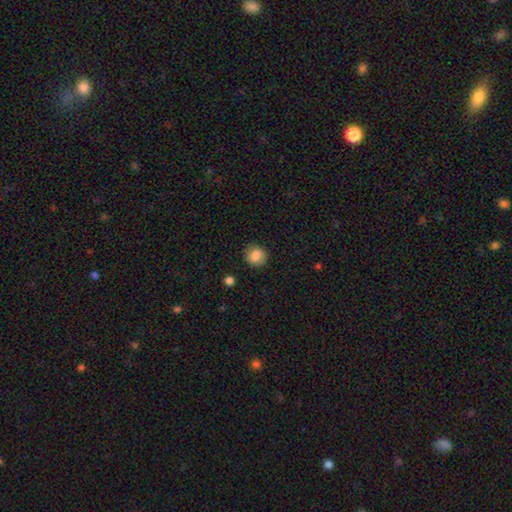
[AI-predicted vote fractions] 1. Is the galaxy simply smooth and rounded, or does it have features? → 83% smooth, 9% star or artifact, 8% featured or disk.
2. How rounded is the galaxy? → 77% round, 22% in between, 1% cigar-shaped.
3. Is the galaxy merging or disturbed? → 84% none, 12% minor disturbance, 3% major disturbance, 1% merger.